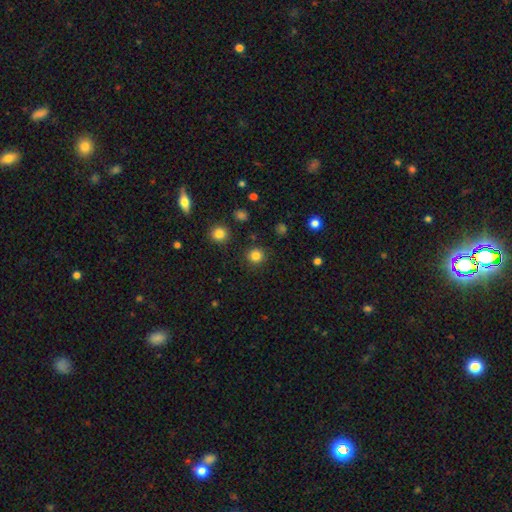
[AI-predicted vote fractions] Morphology: type=smooth (83%); roundness=round (94%); merging=none (90%).